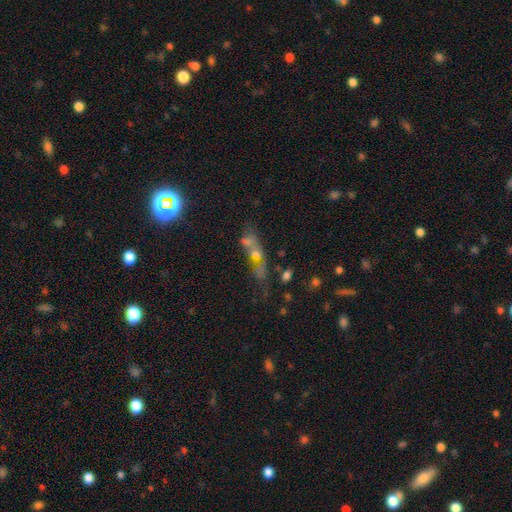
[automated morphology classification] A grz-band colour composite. It shows a smooth galaxy with no disk features (49%). Merging: merger (49%).